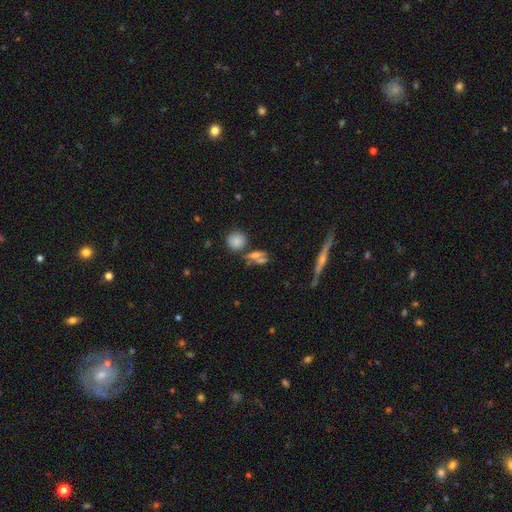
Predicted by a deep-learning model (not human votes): smooth-or-featured: smooth: 58% | featured or disk: 24% | star or artifact: 18%
  how-rounded: round: 59% | in between: 30% | cigar-shaped: 10%
  merging: none: 63% | merger: 20% | minor disturbance: 12% | major disturbance: 5%